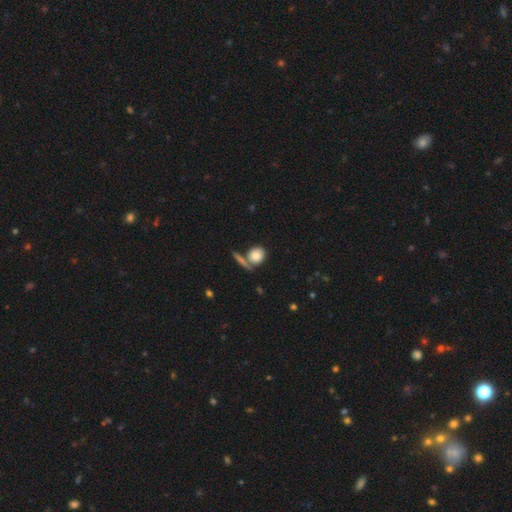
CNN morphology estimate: This appears to be a smooth galaxy with no disk features (80%) that is round (74%). Merging: none (63%).